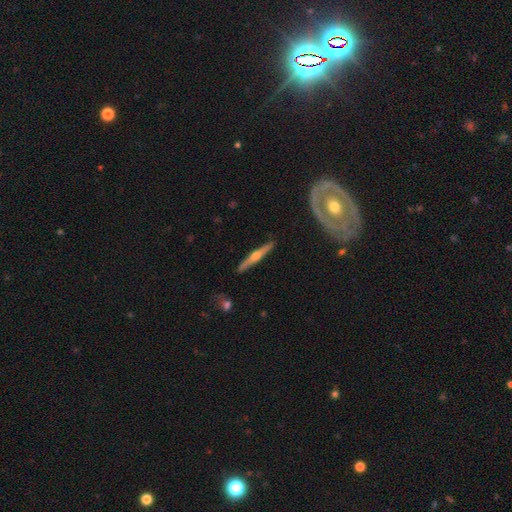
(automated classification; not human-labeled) Smooth or featured? Predicted: featured or disk (p=0.76). Edge-on disk? Predicted: yes (p=0.97). Edge-on bulge? Predicted: rounded (p=0.92). Merging? Predicted: none (p=0.90).